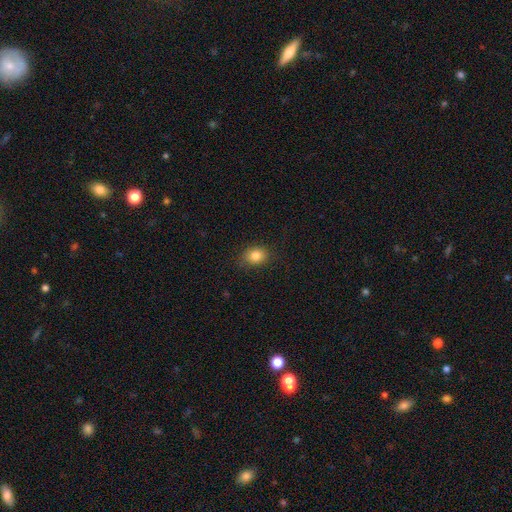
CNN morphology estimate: Smooth or featured: smooth — 83% (star or artifact — 10%)
How rounded: in between — 55% (round — 44%)
Merging: none — 85% (minor disturbance — 12%)